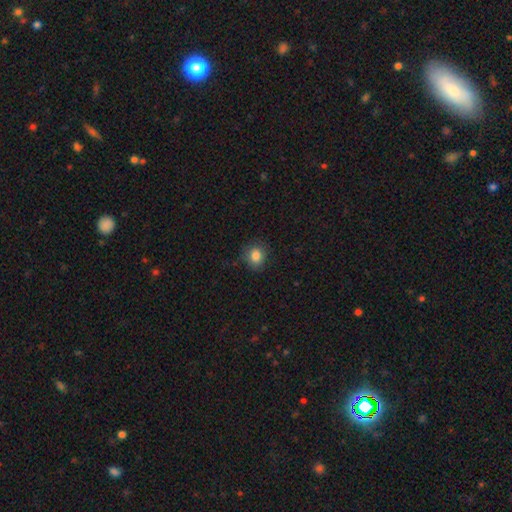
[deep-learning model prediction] Q: Smooth or featured?
A: smooth (84%); runner-up: star or artifact (10%)
Q: How rounded?
A: round (75%); runner-up: in between (24%)
Q: Merging?
A: none (81%); runner-up: minor disturbance (14%)